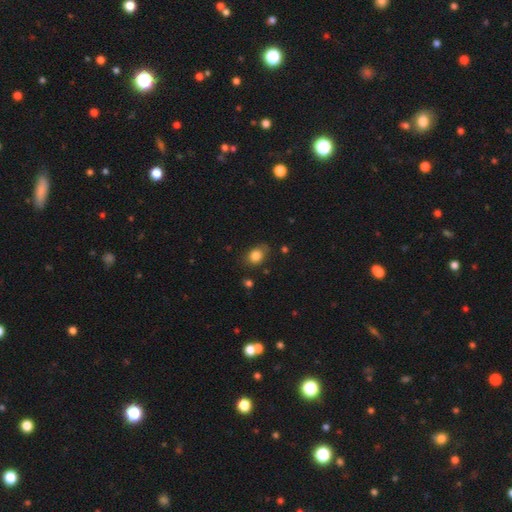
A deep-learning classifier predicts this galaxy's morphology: smooth-or-featured: smooth: 83% | star or artifact: 9% | featured or disk: 8%
  how-rounded: in between: 65% | round: 34% | cigar-shaped: 1%
  merging: none: 70% | minor disturbance: 22% | major disturbance: 6% | merger: 2%